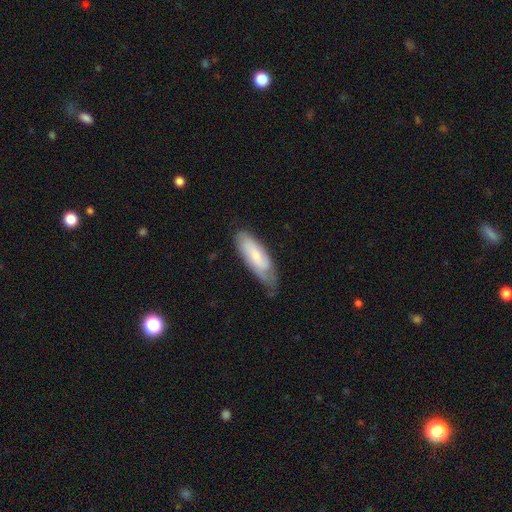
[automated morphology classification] smooth-or-featured: smooth: 53% | featured or disk: 41% | star or artifact: 6%
  how-rounded: in between: 62% | cigar-shaped: 37% | round: 2%
  merging: none: 57% | minor disturbance: 33% | major disturbance: 9% | merger: 2%